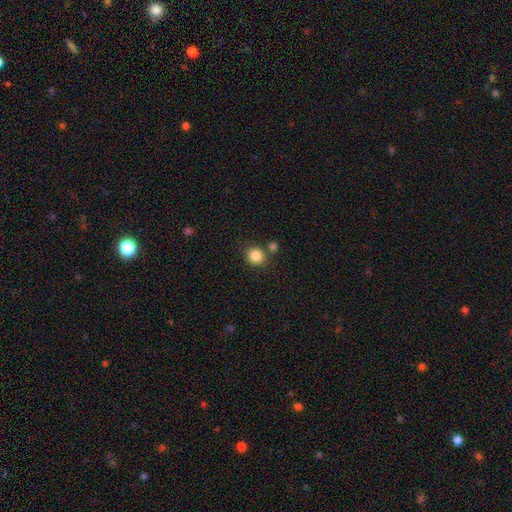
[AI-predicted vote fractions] Morphology: type=smooth (85%); roundness=round (86%); merging=none (76%).